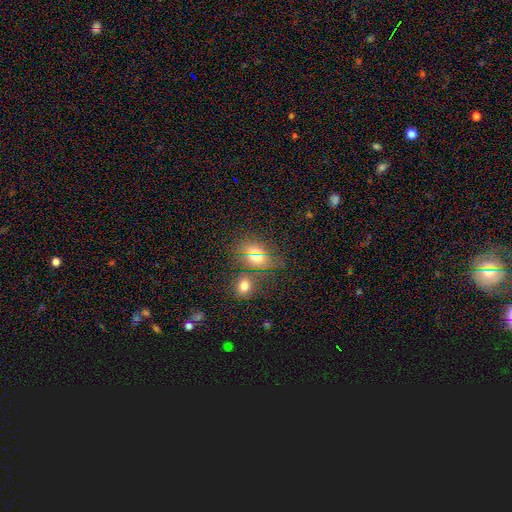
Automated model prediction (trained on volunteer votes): The model was most divided on "smooth or featured": smooth: 57%, star or artifact: 26%, featured or disk: 17%. More confident: how rounded — in between (66%); merging — none (66%).